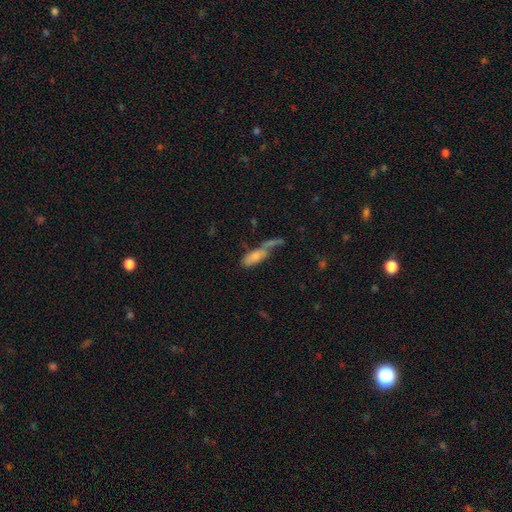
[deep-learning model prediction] smooth_or_featured: smooth (p=0.67) [alt: featured or disk p=0.21]
how_rounded: in between (p=0.54) [alt: cigar-shaped p=0.43]
merging: merger (p=0.36) [alt: none p=0.33]